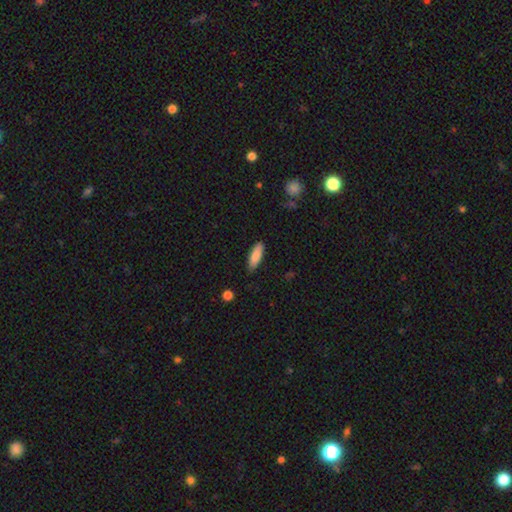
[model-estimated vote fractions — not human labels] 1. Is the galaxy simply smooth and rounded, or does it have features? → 86% smooth, 7% featured or disk, 6% star or artifact.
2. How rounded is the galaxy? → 55% in between, 43% cigar-shaped, 2% round.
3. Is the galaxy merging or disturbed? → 83% none, 14% minor disturbance, 2% major disturbance, 1% merger.